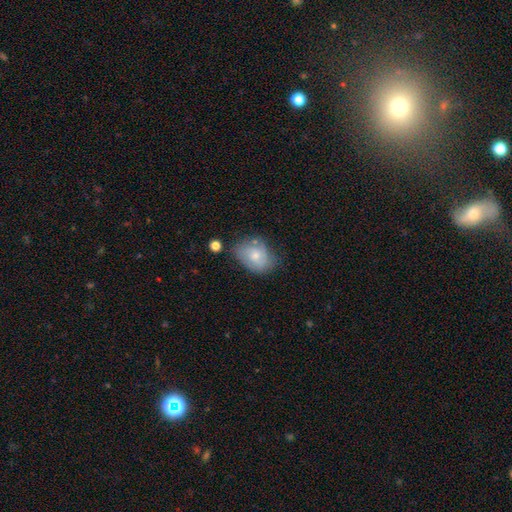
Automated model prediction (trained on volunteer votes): smooth-or-featured: smooth: 66% | featured or disk: 26% | star or artifact: 7%
  how-rounded: in between: 71% | round: 28% | cigar-shaped: 1%
  merging: none: 56% | minor disturbance: 29% | major disturbance: 8% | merger: 6%